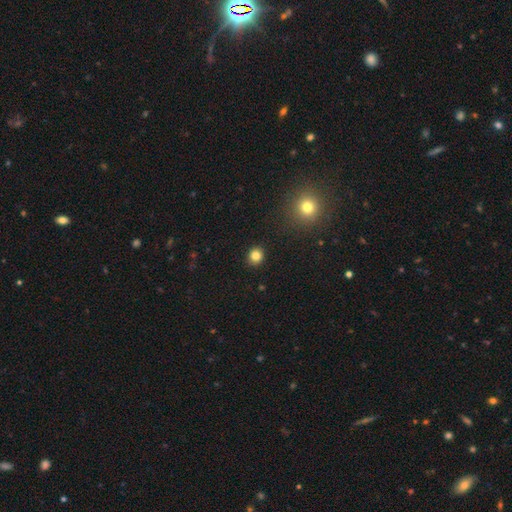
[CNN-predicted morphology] Q: Smooth or featured?
A: smooth (83%); runner-up: star or artifact (12%)
Q: How rounded?
A: round (84%); runner-up: in between (15%)
Q: Merging?
A: none (92%); runner-up: minor disturbance (5%)